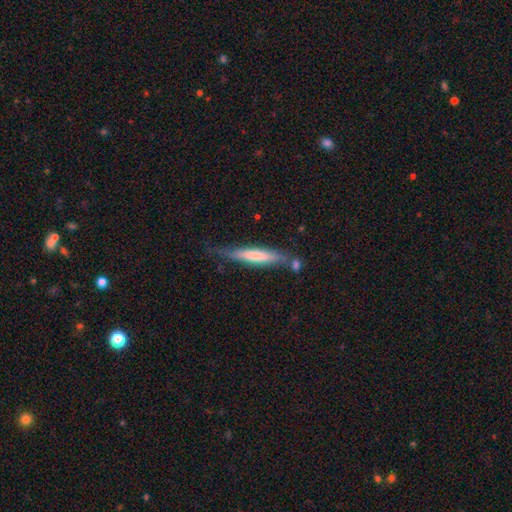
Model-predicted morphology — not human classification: Q: Smooth or featured?
A: smooth (58%); runner-up: featured or disk (37%)
Q: How rounded?
A: cigar-shaped (90%); runner-up: in between (8%)
Q: Merging?
A: none (60%); runner-up: minor disturbance (24%)